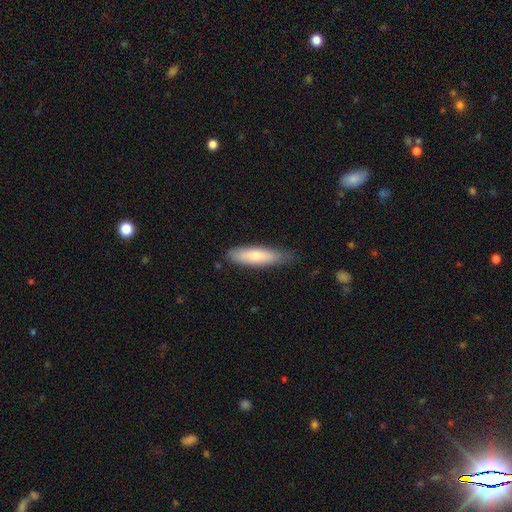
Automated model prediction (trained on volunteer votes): Q: Smooth or featured?
A: smooth (74%); runner-up: featured or disk (21%)
Q: How rounded?
A: cigar-shaped (61%); runner-up: in between (38%)
Q: Merging?
A: none (74%); runner-up: minor disturbance (21%)